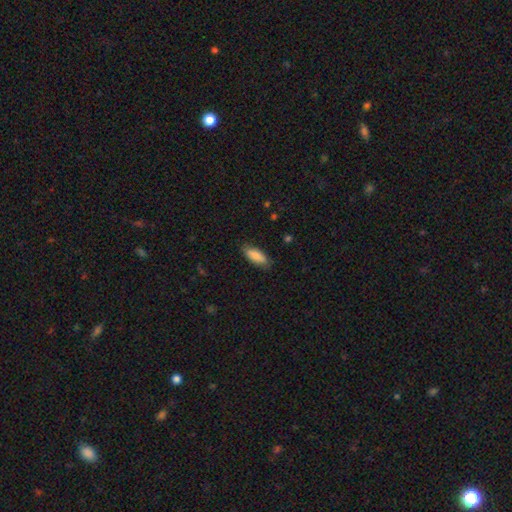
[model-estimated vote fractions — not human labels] This is clearly a smooth galaxy (86%). How rounded: likely in between (77%). Merging: clearly none (82%).